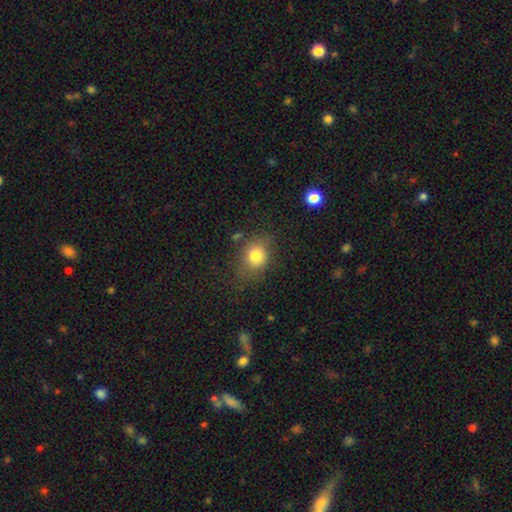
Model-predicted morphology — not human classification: type=smooth (78%); roundness=round (58%); merging=none (69%).